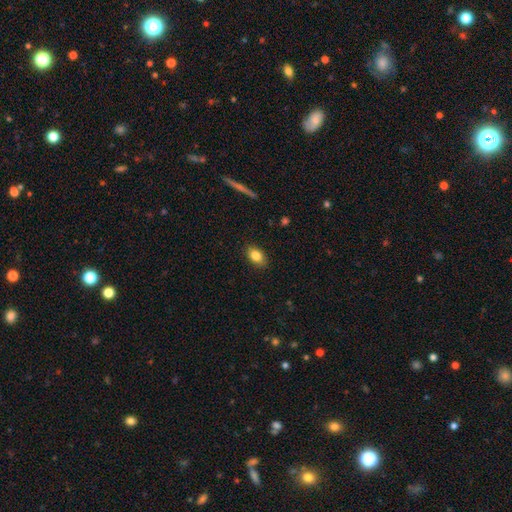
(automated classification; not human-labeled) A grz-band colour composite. It shows a smooth galaxy with no disk features (83%) that is in between round and cigar-shaped (83%). Merging: none (85%).